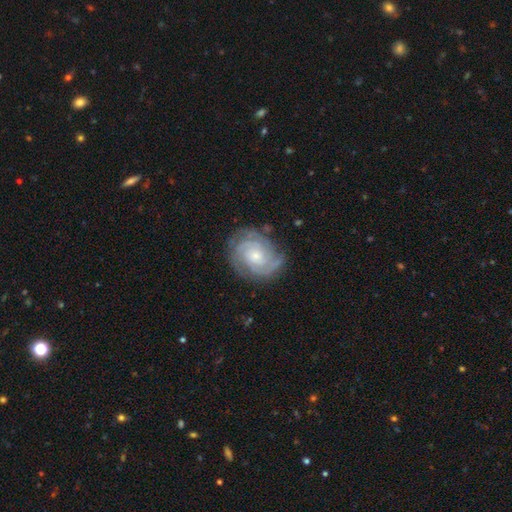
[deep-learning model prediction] smooth-or-featured: featured or disk: 86% | smooth: 8% | star or artifact: 5%
  disk-edge-on: no: 98% | yes: 2%
    bar: no: 71% | weak: 25% | strong: 4%
    has-spiral-arms: yes: 97% | no: 3%
      spiral-winding: tight: 71% | medium: 25% | loose: 4%
      spiral-arm-count: 2: 33% | 3: 26% | can't tell: 22% | 4: 10% | more than 4: 5% | 1: 5%
    bulge-size: small: 55% | moderate: 37% | large: 3% | none: 3% | dominant: 1%
  merging: none: 77% | minor disturbance: 16% | major disturbance: 6% | merger: 1%